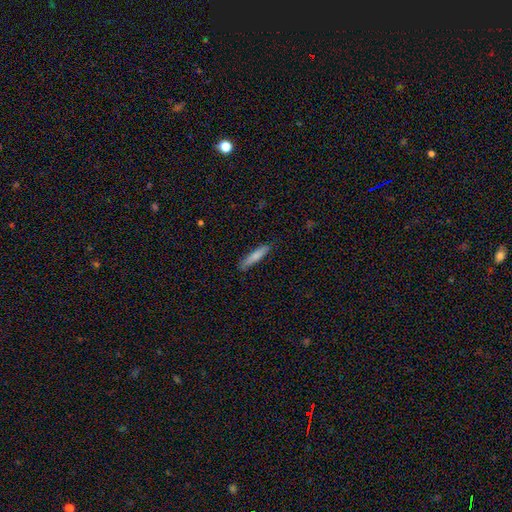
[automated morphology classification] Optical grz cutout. It shows a smooth galaxy with no disk features (80%) that is cigar-shaped (89%). Merging: none (85%).